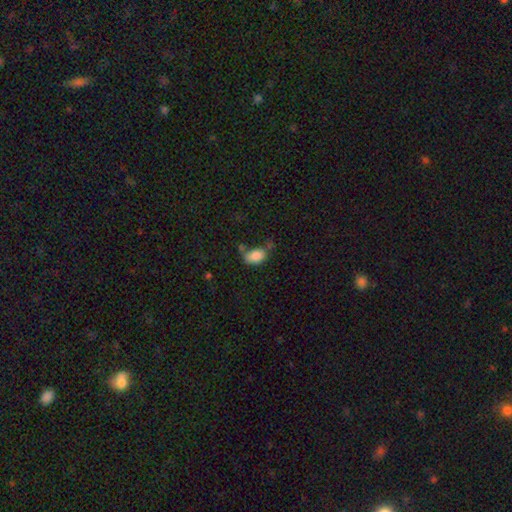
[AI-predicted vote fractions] smooth-or-featured: smooth: 85% | star or artifact: 9% | featured or disk: 7%
  how-rounded: in between: 89% | round: 9% | cigar-shaped: 2%
  merging: none: 44% | minor disturbance: 27% | merger: 17% | major disturbance: 12%